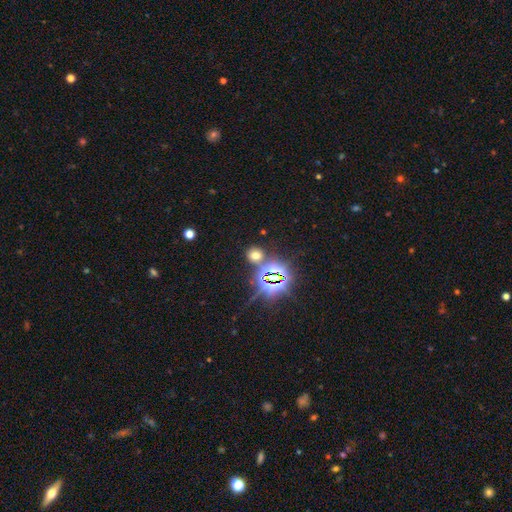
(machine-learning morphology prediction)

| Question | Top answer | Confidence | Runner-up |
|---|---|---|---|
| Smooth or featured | smooth | 52% | star or artifact (41%) |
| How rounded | round | 79% | in between (19%) |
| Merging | none | 78% | merger (10%) |